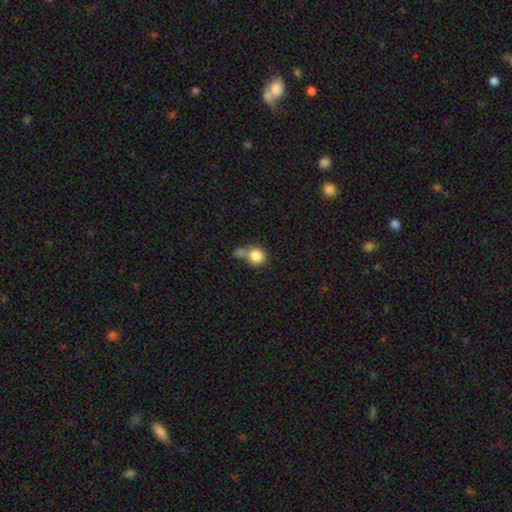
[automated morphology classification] smooth_or_featured: smooth (p=0.84) [alt: star or artifact p=0.09]
how_rounded: round (p=0.83) [alt: in between p=0.16]
merging: merger (p=0.45) [alt: none p=0.40]